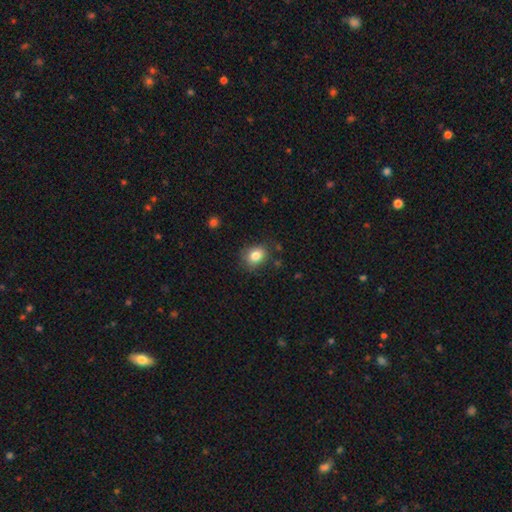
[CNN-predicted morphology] Smooth or featured? smooth (83%)
How rounded? in between (50%)
Merging? none (79%)